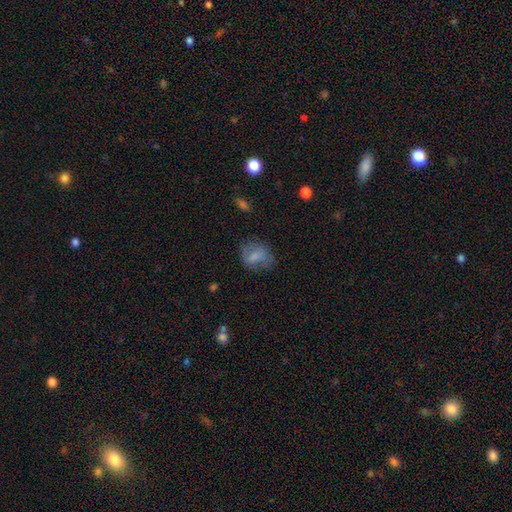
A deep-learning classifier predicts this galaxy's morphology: Q: Smooth or featured?
A: smooth (67%); runner-up: featured or disk (23%)
Q: How rounded?
A: in between (55%); runner-up: round (44%)
Q: Merging?
A: none (58%); runner-up: minor disturbance (25%)